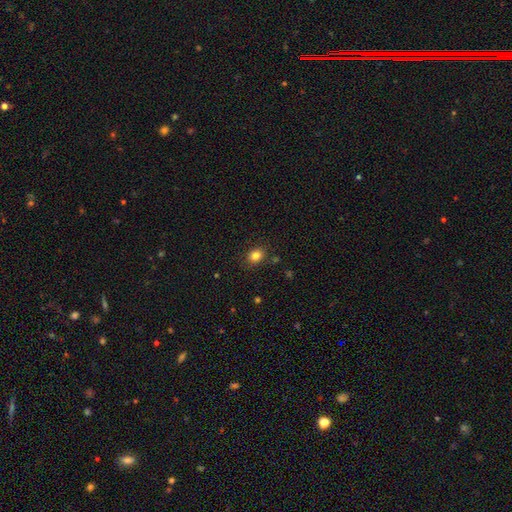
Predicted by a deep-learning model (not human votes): Smooth or featured: smooth — 83% (star or artifact — 11%)
How rounded: round — 50% (in between — 49%)
Merging: none — 85% (minor disturbance — 10%)